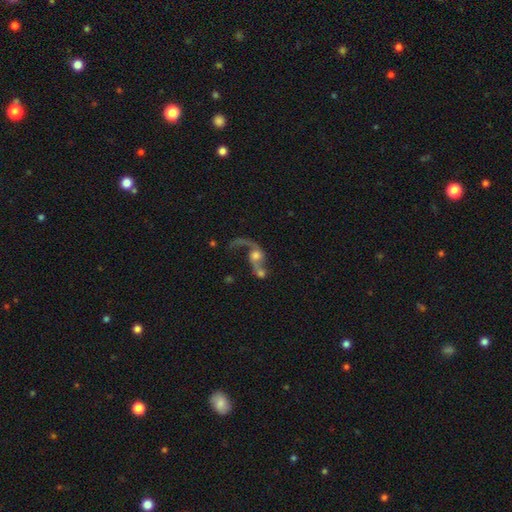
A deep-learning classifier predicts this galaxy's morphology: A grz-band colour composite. It shows a featured or disk galaxy (64%) with no bar (73%), spiral arms (77%) and a moderate central bulge (44%). Merging: merger (57%).